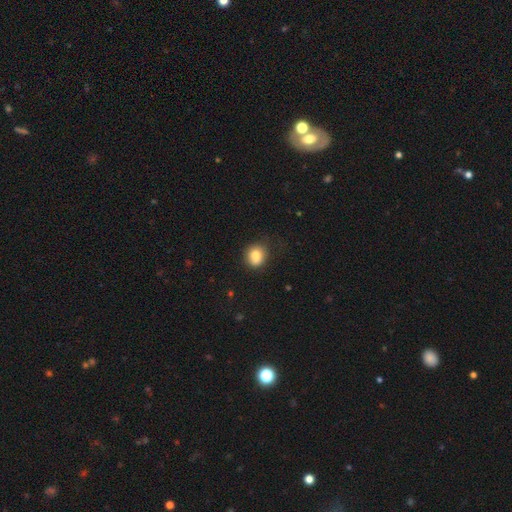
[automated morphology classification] smooth_or_featured: smooth (p=0.79) [alt: featured or disk p=0.10]
how_rounded: round (p=0.77) [alt: in between p=0.22]
merging: none (p=0.73) [alt: minor disturbance p=0.19]